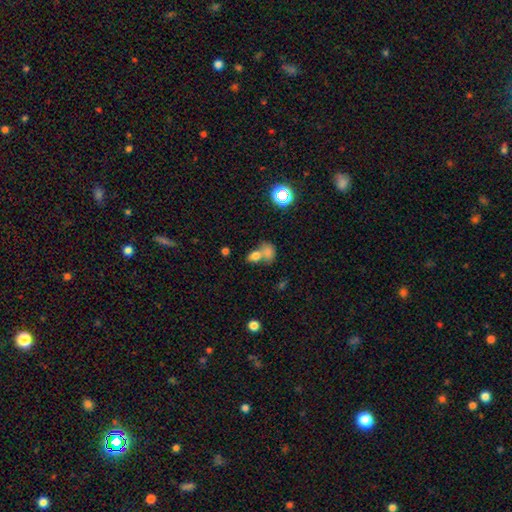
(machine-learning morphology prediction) Smooth or featured?
  - smooth: 73% *
  - star or artifact: 15%
  - featured or disk: 12%
How rounded?
  - in between: 65% *
  - round: 33%
  - cigar-shaped: 2%
Merging?
  - merger: 61% *
  - none: 28%
  - minor disturbance: 7%
  - major disturbance: 4%